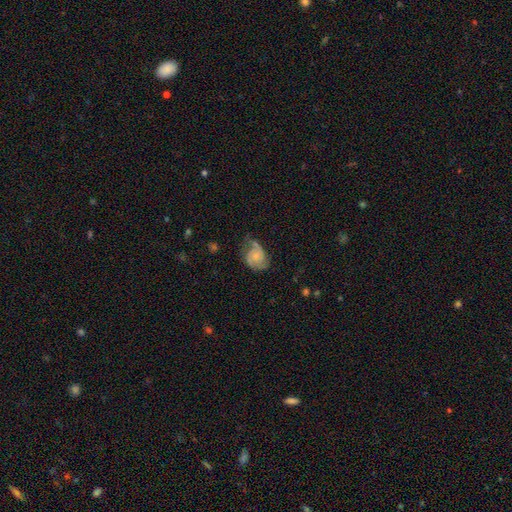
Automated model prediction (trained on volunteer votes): Smooth or featured? featured or disk (64%)
Edge-on disk? no (98%)
Bar? no (74%)
Spiral arms? yes (91%)
Spiral winding? medium (43%)
Spiral arm count? 2 (67%)
Bulge size? small (58%)
Merging? none (44%)